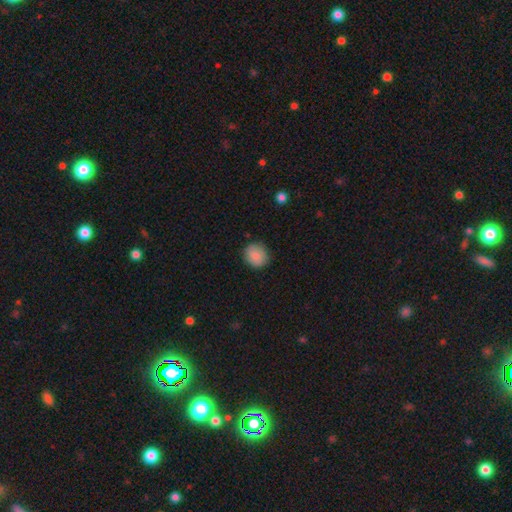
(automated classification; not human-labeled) Q: Smooth or featured?
A: smooth (85%); runner-up: featured or disk (8%)
Q: How rounded?
A: round (80%); runner-up: in between (19%)
Q: Merging?
A: none (84%); runner-up: minor disturbance (13%)